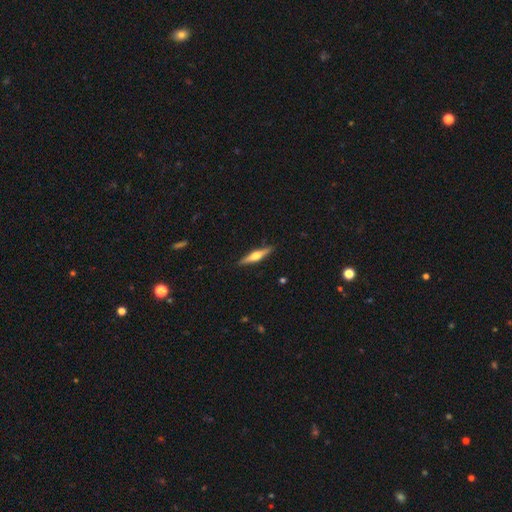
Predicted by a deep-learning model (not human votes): The model was most divided on "smooth or featured": featured or disk: 63%, smooth: 32%, star or artifact: 5%. More confident: edge-on disk — yes (97%); edge-on bulge — rounded (92%); merging — none (90%).